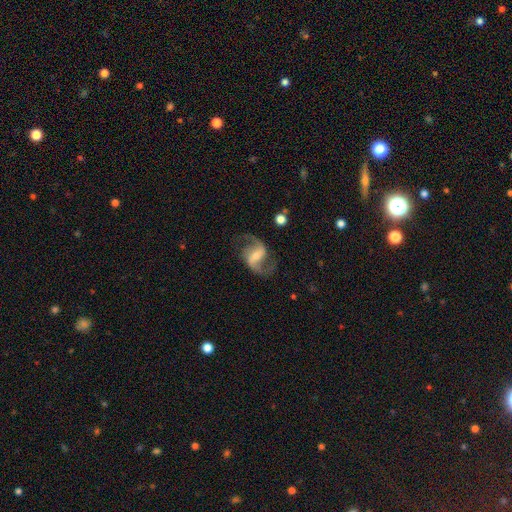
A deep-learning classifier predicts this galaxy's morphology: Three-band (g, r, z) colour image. It shows a featured or disk galaxy (88%) with a weak bar (43%), 2 (93%) loose (56%) spiral arms (96%) and a small central bulge (47%). Merging: none (76%).